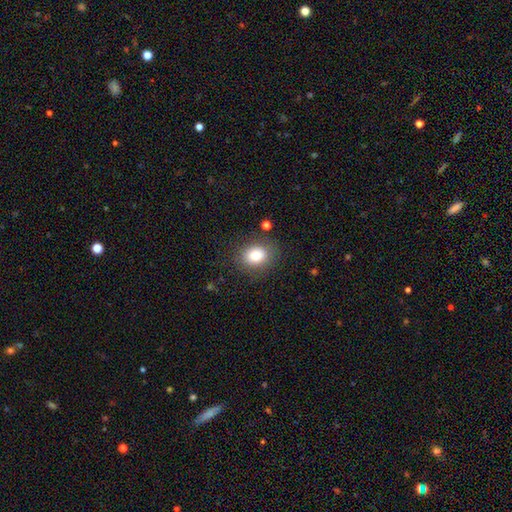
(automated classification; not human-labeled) Smooth or featured: smooth — 78% (featured or disk — 11%)
How rounded: round — 58% (in between — 42%)
Merging: none — 83% (minor disturbance — 11%)